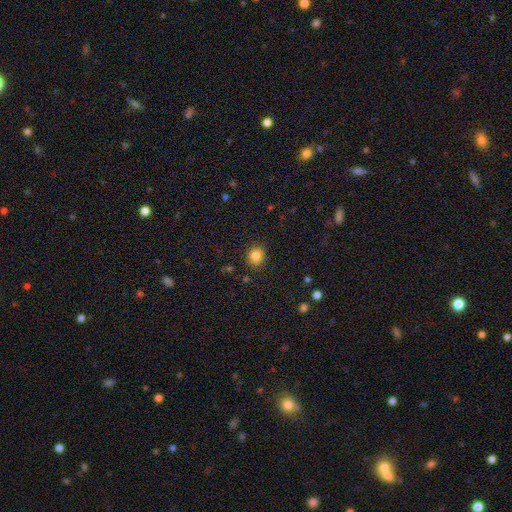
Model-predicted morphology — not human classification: A smooth galaxy with no disk features (83%) that is round (77%). Merging: none (86%).